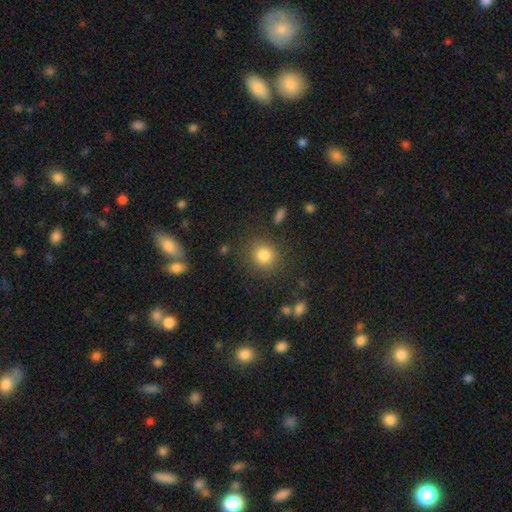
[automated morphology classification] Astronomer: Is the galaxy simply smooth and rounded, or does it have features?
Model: smooth — 79%.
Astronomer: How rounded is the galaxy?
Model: round — 88%.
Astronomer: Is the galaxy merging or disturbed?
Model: none — 87%.